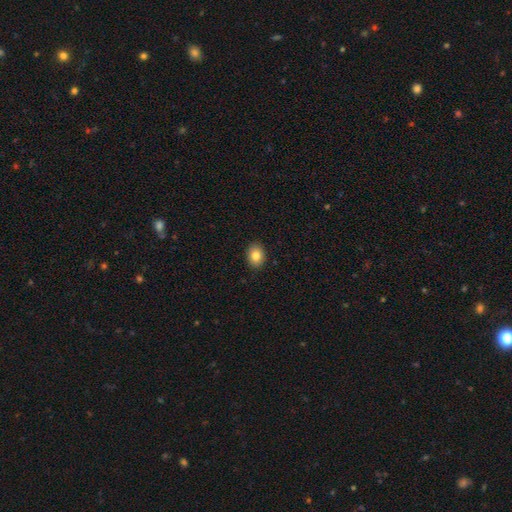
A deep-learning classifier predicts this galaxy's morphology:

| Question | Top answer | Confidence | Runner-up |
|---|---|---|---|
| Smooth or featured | smooth | 83% | star or artifact (8%) |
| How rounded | in between | 65% | round (34%) |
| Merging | none | 90% | minor disturbance (7%) |